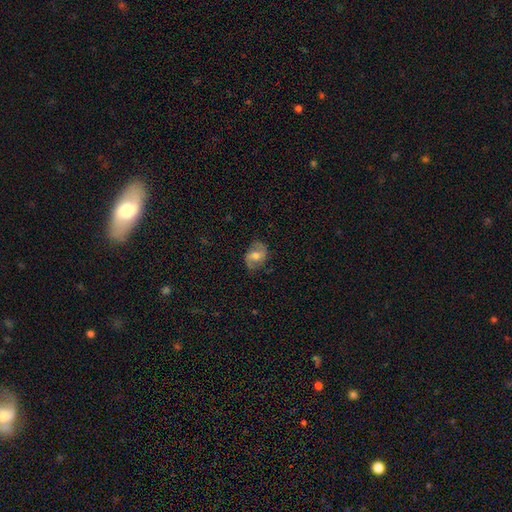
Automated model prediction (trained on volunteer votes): featured or disk 50%, smooth 41%, star or artifact 8%. Down the decision tree: edge-on disk — no (96%); merging — none (73%).